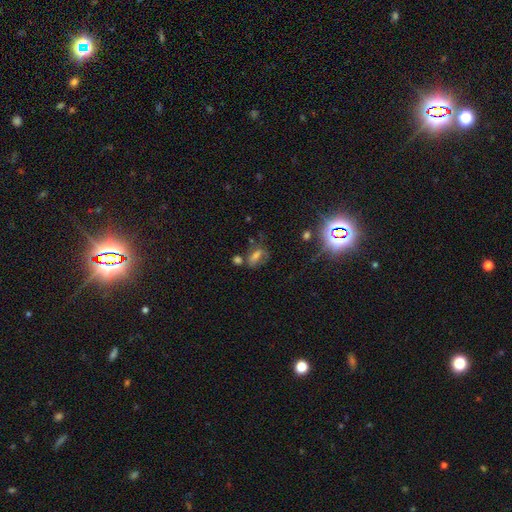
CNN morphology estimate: Overall: smooth (43%; star or artifact 33%). Merging: none (53%; minor disturbance 21%).